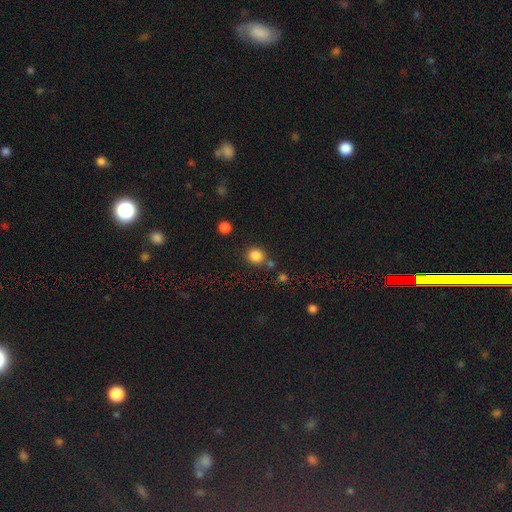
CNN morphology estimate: This is clearly a smooth galaxy (85%). How rounded: clearly round (82%). Merging: likely none (77%).